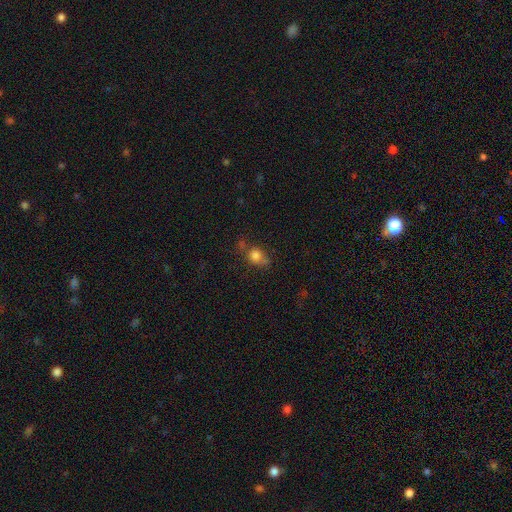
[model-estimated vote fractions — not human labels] This is likely a smooth galaxy (78%). How rounded: likely round (71%). Merging: possibly none (52%).